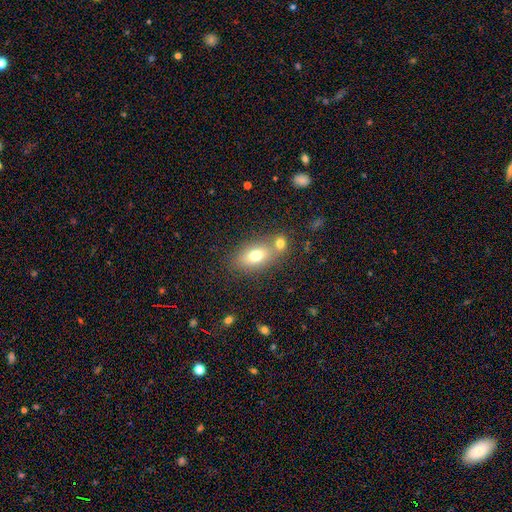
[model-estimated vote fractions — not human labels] A smooth galaxy with no disk features (72%) that is in between round and cigar-shaped (83%). Merging: none (50%).